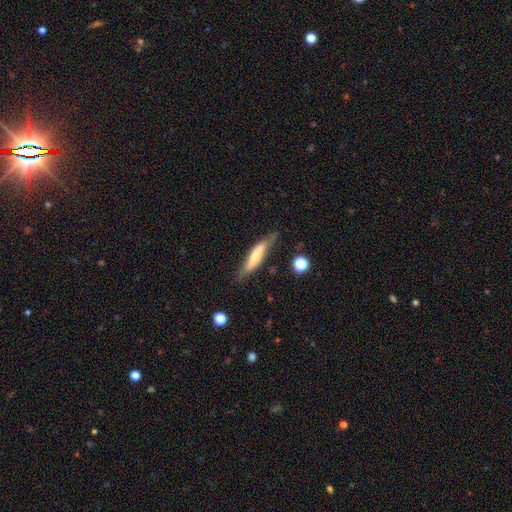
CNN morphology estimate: Smooth or featured? Predicted: smooth (p=0.53). How rounded? Predicted: cigar-shaped (p=0.81). Merging? Predicted: none (p=0.70).